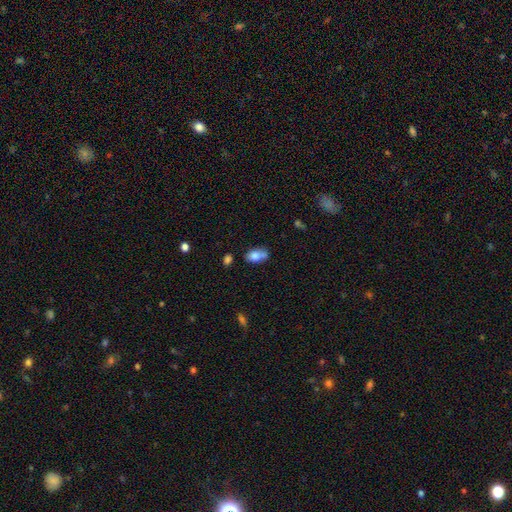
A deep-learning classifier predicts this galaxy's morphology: Smooth or featured: smooth — 78% (featured or disk — 14%)
How rounded: in between — 89% (round — 7%)
Merging: none — 55% (minor disturbance — 25%)